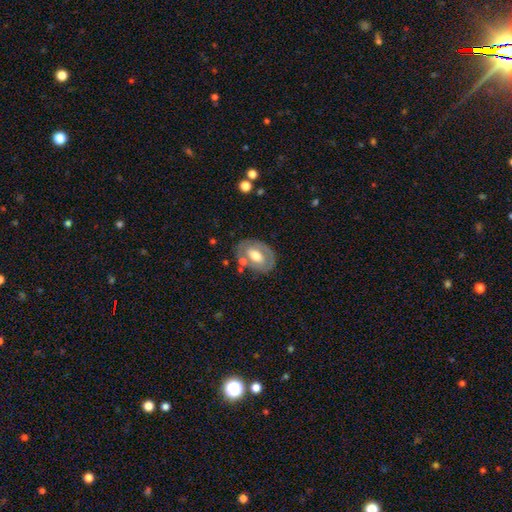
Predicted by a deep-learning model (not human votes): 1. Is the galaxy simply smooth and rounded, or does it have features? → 50% featured or disk, 44% smooth, 6% star or artifact.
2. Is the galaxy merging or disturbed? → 68% none, 17% minor disturbance, 8% merger, 7% major disturbance.